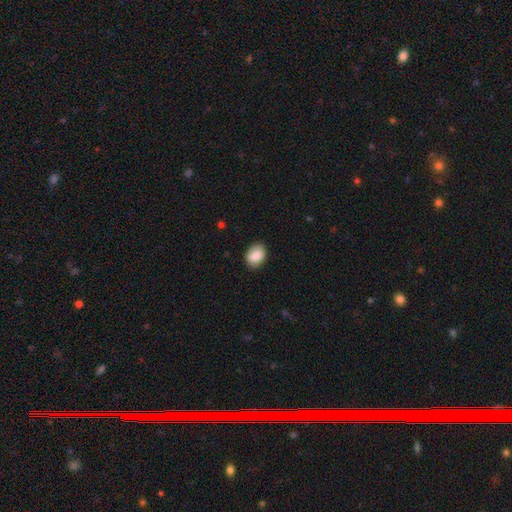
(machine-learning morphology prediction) Q: Smooth or featured?
A: smooth (84%); runner-up: featured or disk (9%)
Q: How rounded?
A: in between (74%); runner-up: round (25%)
Q: Merging?
A: none (83%); runner-up: minor disturbance (13%)